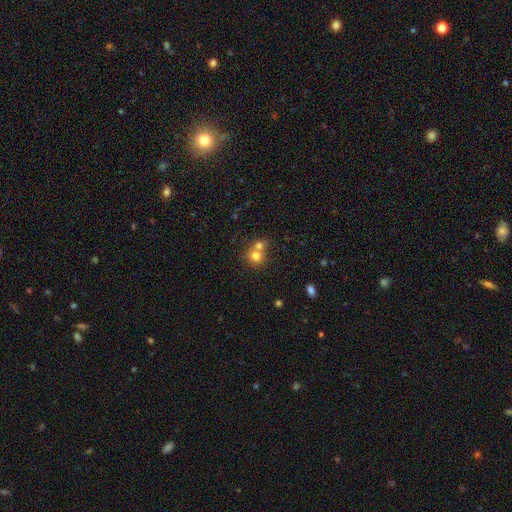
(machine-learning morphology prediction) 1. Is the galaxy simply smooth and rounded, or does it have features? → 76% smooth, 12% featured or disk, 12% star or artifact.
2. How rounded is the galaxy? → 81% round, 18% in between, 1% cigar-shaped.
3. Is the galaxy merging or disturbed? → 55% merger, 37% none, 6% minor disturbance, 3% major disturbance.